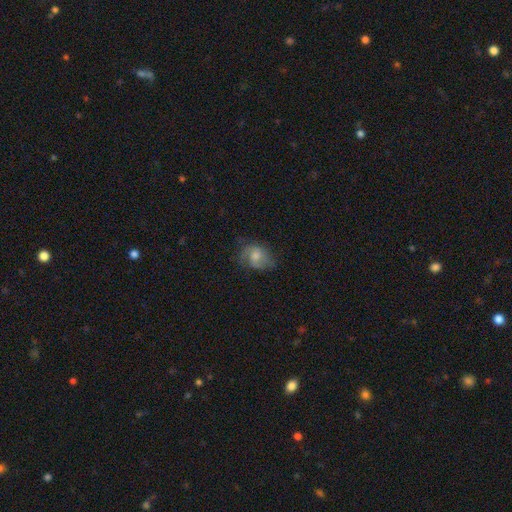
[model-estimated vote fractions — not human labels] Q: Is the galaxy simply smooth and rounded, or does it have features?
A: featured or disk — 45%.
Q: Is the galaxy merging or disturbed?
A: none — 57%.